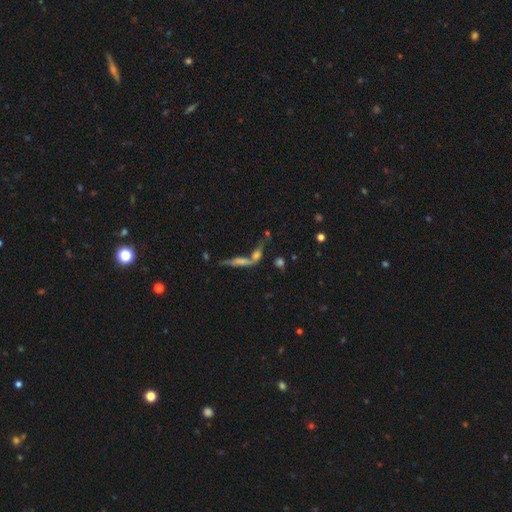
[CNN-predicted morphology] This is possibly a star or artifact rather than a galaxy (48%).